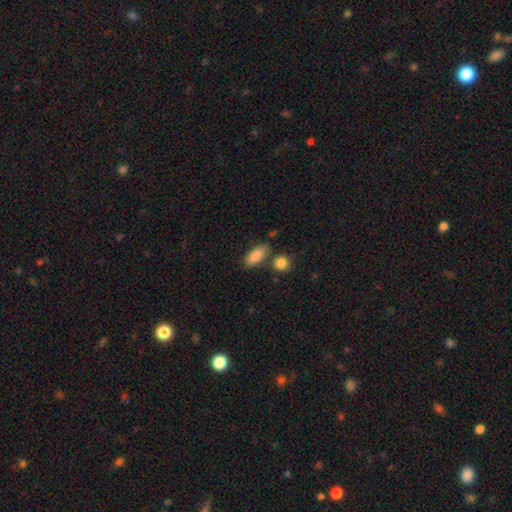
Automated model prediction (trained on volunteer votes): smooth_or_featured: smooth (p=0.87) [alt: star or artifact p=0.07]
how_rounded: in between (p=0.87) [alt: cigar-shaped p=0.09]
merging: none (p=0.71) [alt: minor disturbance p=0.14]